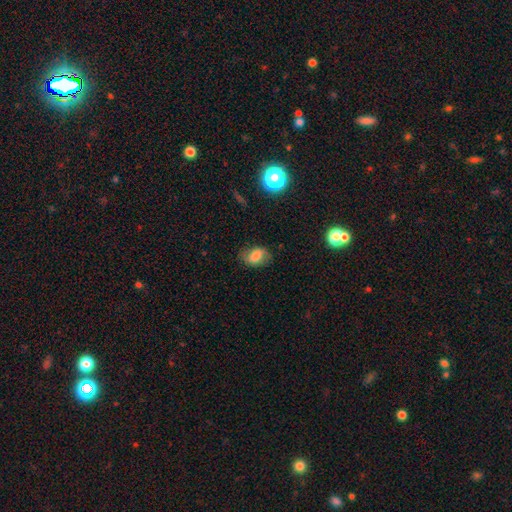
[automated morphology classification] smooth-or-featured: smooth: 72% | featured or disk: 19% | star or artifact: 10%
  how-rounded: in between: 82% | round: 17% | cigar-shaped: 2%
  merging: none: 71% | minor disturbance: 21% | major disturbance: 7% | merger: 1%